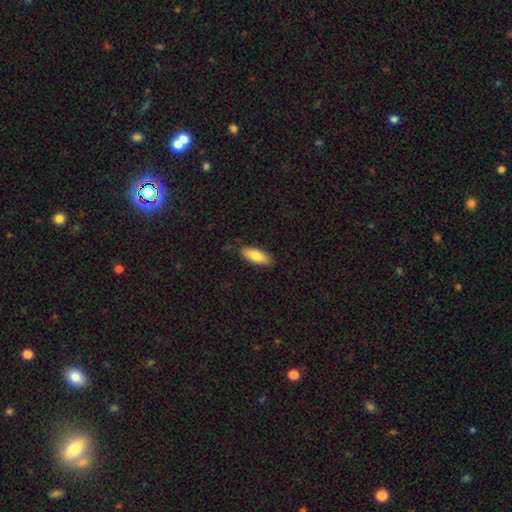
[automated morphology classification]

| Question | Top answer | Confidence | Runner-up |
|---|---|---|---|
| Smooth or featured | smooth | 81% | featured or disk (13%) |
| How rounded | in between | 78% | cigar-shaped (20%) |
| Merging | none | 82% | minor disturbance (14%) |